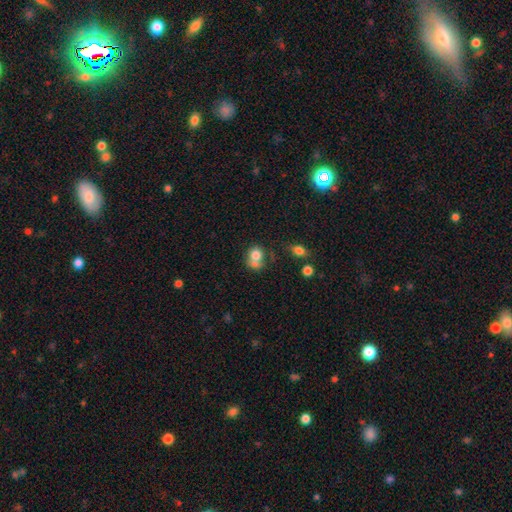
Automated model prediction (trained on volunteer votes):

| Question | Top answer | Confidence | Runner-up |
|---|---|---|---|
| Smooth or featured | smooth | 76% | featured or disk (14%) |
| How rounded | round | 67% | in between (32%) |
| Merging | merger | 41% | none (34%) |